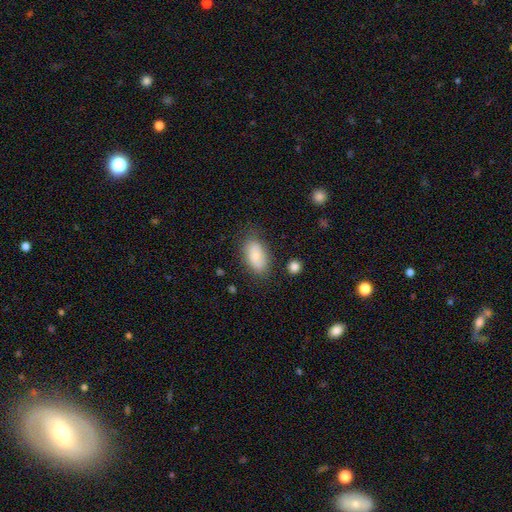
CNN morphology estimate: Smooth or featured? Predicted: smooth (p=0.77). How rounded? Predicted: in between (p=0.92). Merging? Predicted: none (p=0.74).